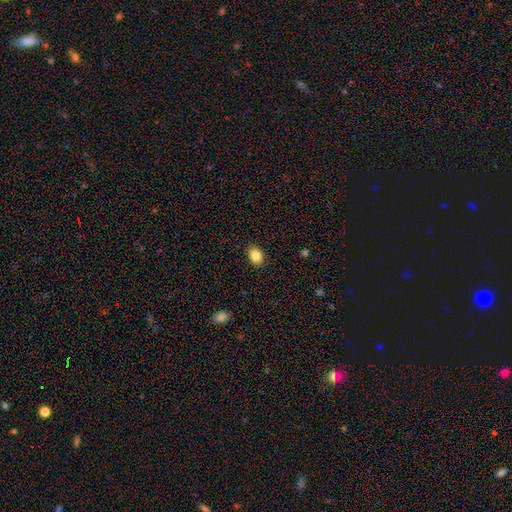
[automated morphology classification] Smooth or featured?
  - smooth: 86% *
  - star or artifact: 9%
  - featured or disk: 5%
How rounded?
  - in between: 73% *
  - round: 26%
  - cigar-shaped: 1%
Merging?
  - none: 89% *
  - minor disturbance: 8%
  - major disturbance: 2%
  - merger: 1%